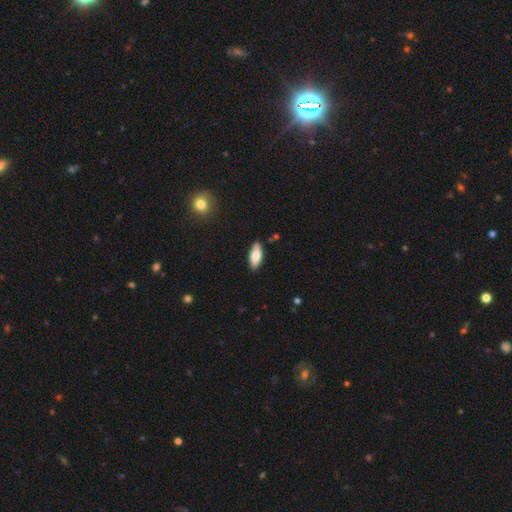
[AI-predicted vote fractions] This appears to be a smooth galaxy with no disk features (78%) that is in between round and cigar-shaped (78%). Merging: none (85%).